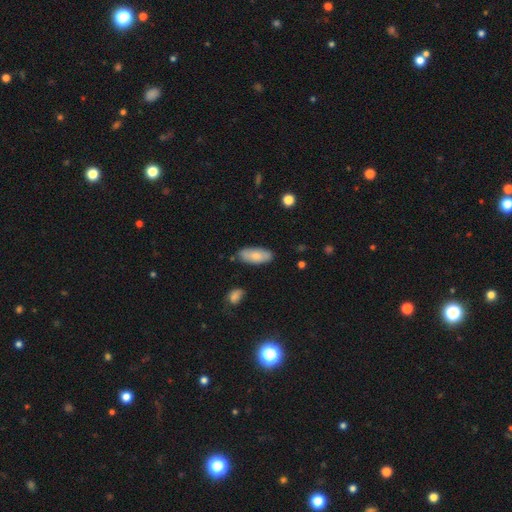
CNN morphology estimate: The model was most divided on "smooth or featured": smooth: 76%, featured or disk: 19%, star or artifact: 6%. More confident: how rounded — in between (86%); merging — none (80%).